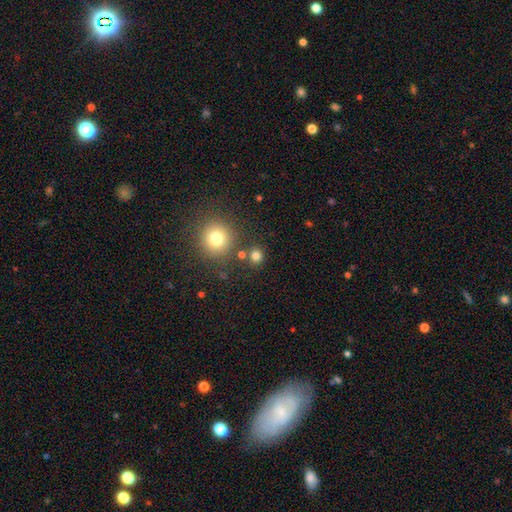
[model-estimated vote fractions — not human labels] Morphology: type=smooth (78%); roundness=round (90%); merging=none (81%).